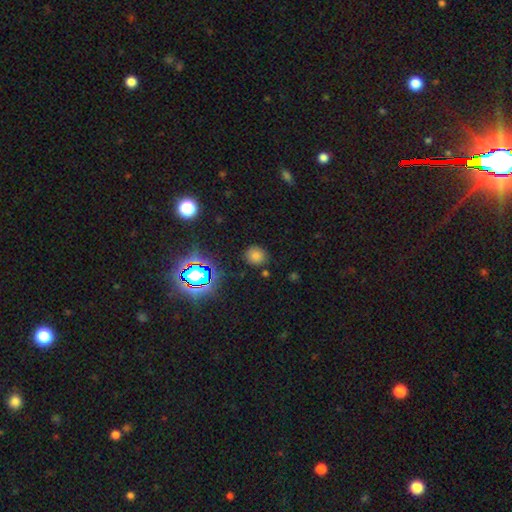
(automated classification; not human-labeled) Q: Smooth or featured?
A: smooth (65%); runner-up: star or artifact (28%)
Q: How rounded?
A: round (82%); runner-up: in between (17%)
Q: Merging?
A: none (85%); runner-up: minor disturbance (10%)